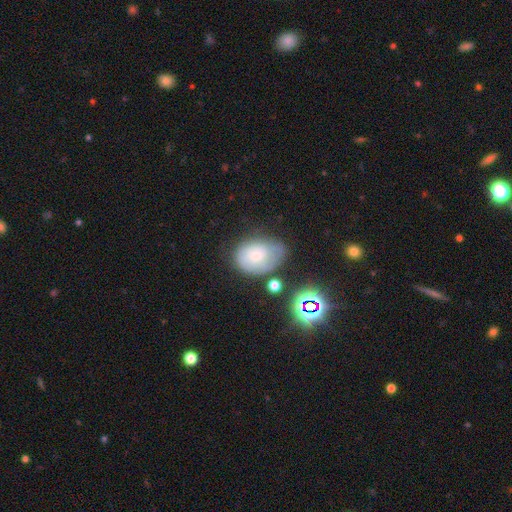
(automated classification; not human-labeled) smooth 62%, featured or disk 26%, star or artifact 12%. Down the decision tree: how rounded — in between (73%); merging — none (40%).